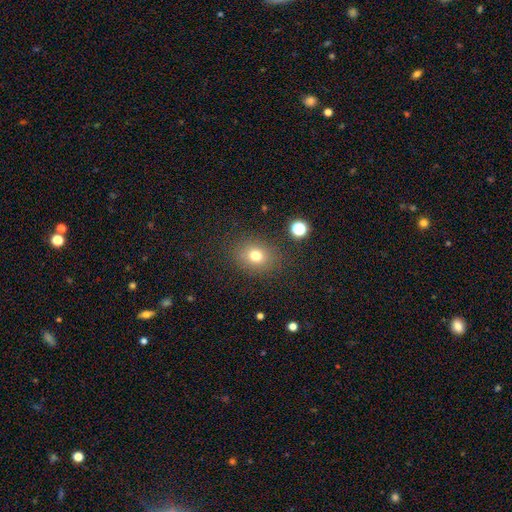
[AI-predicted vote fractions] A smooth galaxy with no disk features (75%) that is round (57%).

Vote fractions:
- Smooth or featured? smooth: 75% / star or artifact: 15% / featured or disk: 10%
- How rounded? round: 57% / in between: 42% / cigar-shaped: 1%
- Merging? none: 84% / minor disturbance: 10% / major disturbance: 4% / merger: 2%